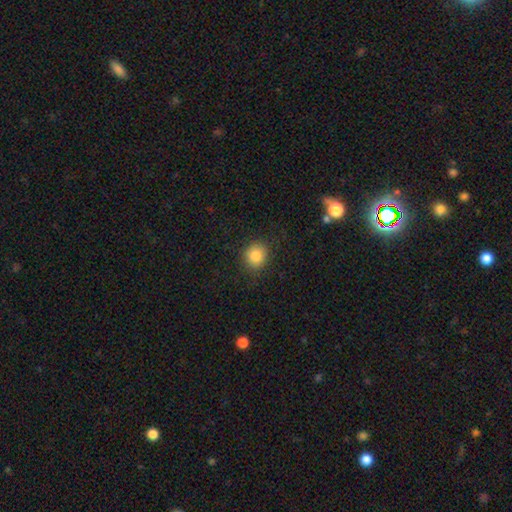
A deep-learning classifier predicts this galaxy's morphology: Q: Smooth or featured?
A: smooth (85%); runner-up: star or artifact (10%)
Q: How rounded?
A: round (80%); runner-up: in between (19%)
Q: Merging?
A: none (87%); runner-up: minor disturbance (9%)